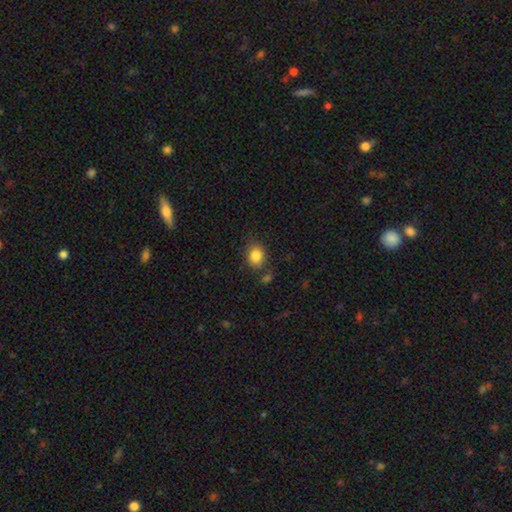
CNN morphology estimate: Smooth or featured? Predicted: smooth (p=0.84). How rounded? Predicted: round (p=0.54). Merging? Predicted: none (p=0.73).